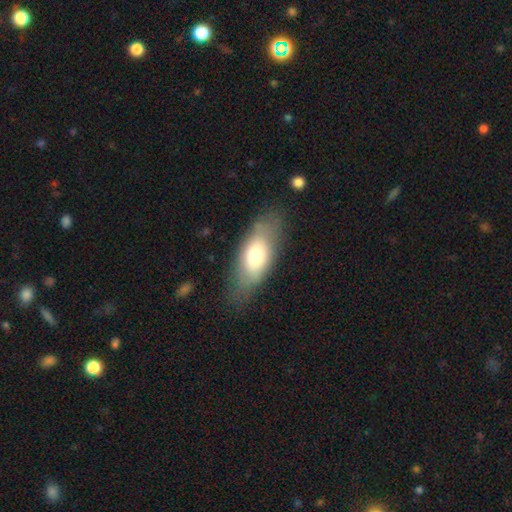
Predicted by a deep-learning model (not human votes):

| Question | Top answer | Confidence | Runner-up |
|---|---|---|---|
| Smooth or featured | smooth | 68% | featured or disk (24%) |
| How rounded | in between | 84% | cigar-shaped (11%) |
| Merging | none | 71% | minor disturbance (19%) |